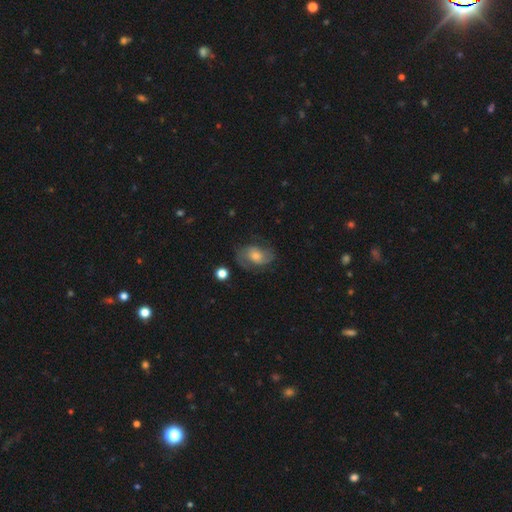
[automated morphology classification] featured or disk 67%, smooth 24%, star or artifact 10%. Down the decision tree: edge-on disk — no (97%); bar — no (60%); spiral arms — yes (91%); spiral arm count — 2 (83%); spiral winding — medium (51%); bulge size — moderate (51%); merging — none (71%).